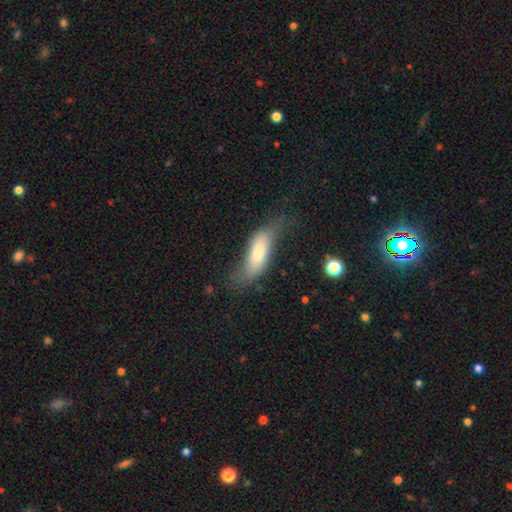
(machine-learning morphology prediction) Smooth or featured?
  - smooth: 65% *
  - featured or disk: 28%
  - star or artifact: 7%
How rounded?
  - in between: 61% *
  - cigar-shaped: 37%
  - round: 3%
Merging?
  - none: 45% *
  - minor disturbance: 32%
  - major disturbance: 21%
  - merger: 3%